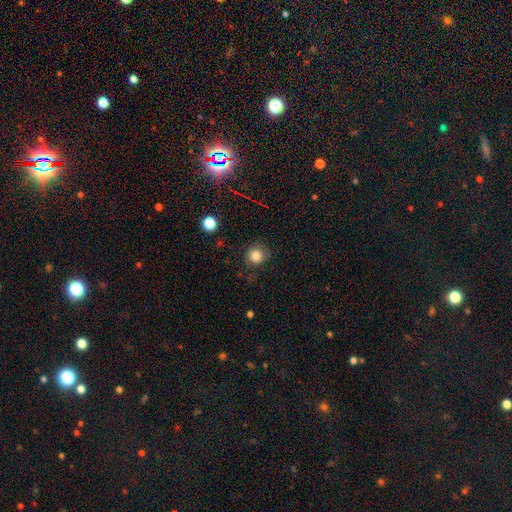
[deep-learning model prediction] Smooth or featured: smooth — 81% (star or artifact — 11%)
How rounded: round — 85% (in between — 14%)
Merging: none — 71% (minor disturbance — 20%)